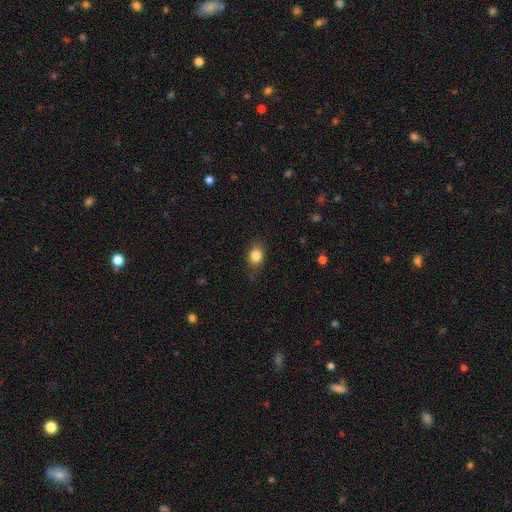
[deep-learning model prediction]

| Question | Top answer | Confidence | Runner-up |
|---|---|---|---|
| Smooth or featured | smooth | 84% | star or artifact (10%) |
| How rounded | in between | 53% | round (46%) |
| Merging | none | 77% | minor disturbance (18%) |